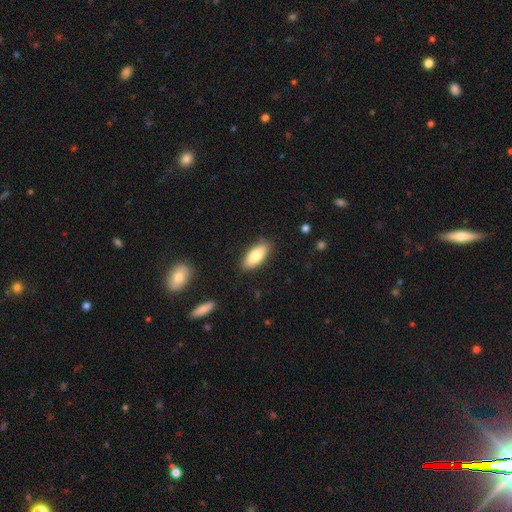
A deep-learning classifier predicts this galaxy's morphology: type=smooth (80%); roundness=in between (83%); merging=none (86%).